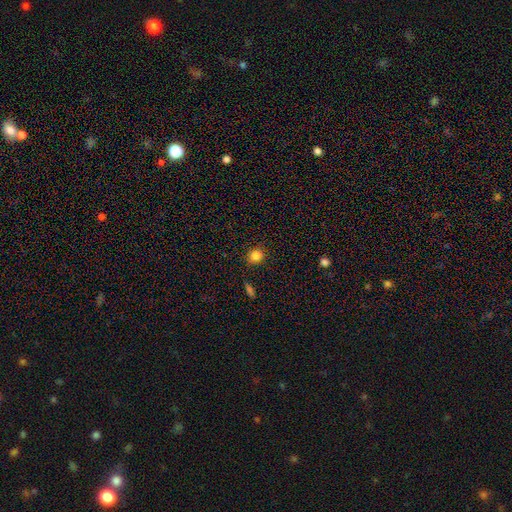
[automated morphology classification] smooth-or-featured: smooth: 84% | star or artifact: 12% | featured or disk: 5%
  how-rounded: round: 79% | in between: 20% | cigar-shaped: 1%
  merging: none: 88% | minor disturbance: 8% | major disturbance: 2% | merger: 2%